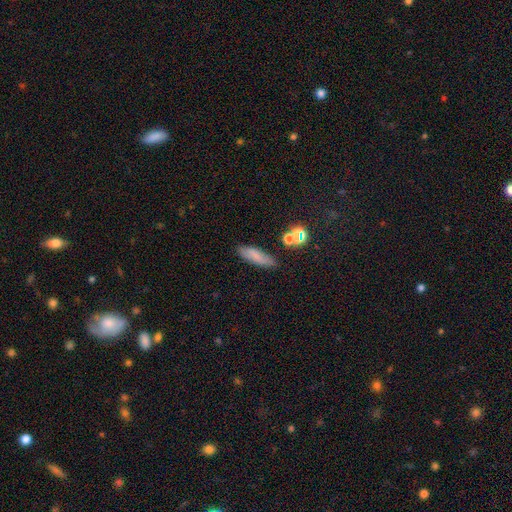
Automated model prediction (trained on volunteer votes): smooth_or_featured: smooth (p=0.76) [alt: featured or disk p=0.12]
how_rounded: cigar-shaped (p=0.54) [alt: in between p=0.42]
merging: none (p=0.81) [alt: minor disturbance p=0.12]